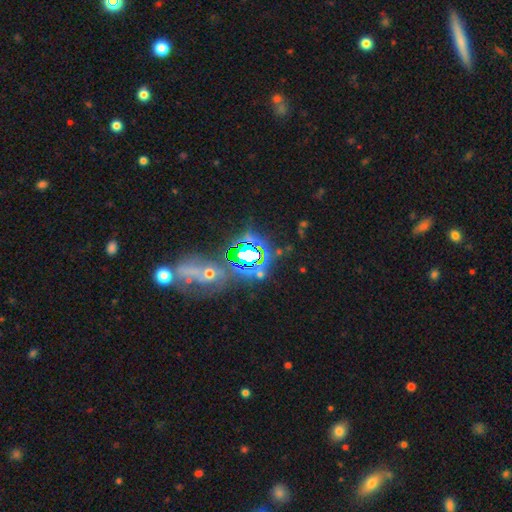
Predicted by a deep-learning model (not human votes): Smooth or featured?
  - star or artifact: 71% *
  - smooth: 15%
  - featured or disk: 14%